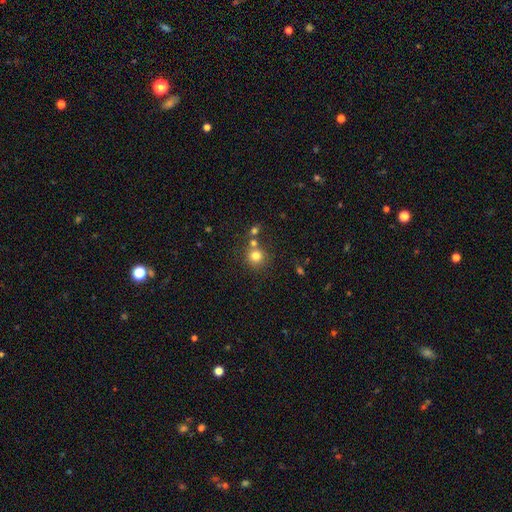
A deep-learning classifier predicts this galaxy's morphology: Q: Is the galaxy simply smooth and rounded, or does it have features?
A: smooth — 78%.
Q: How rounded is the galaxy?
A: round — 91%.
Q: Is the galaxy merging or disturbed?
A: none — 65%.